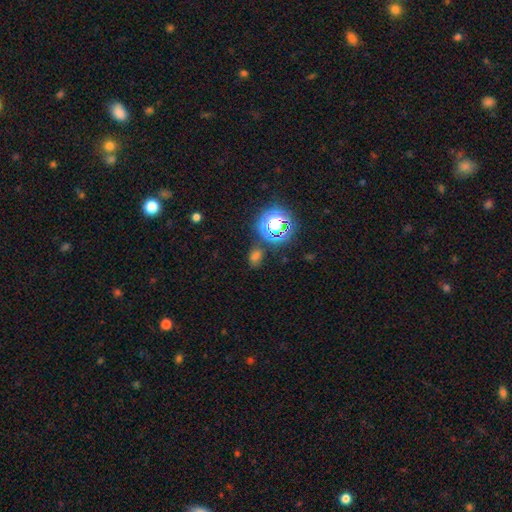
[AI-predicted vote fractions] This is possibly a smooth galaxy (55%). How rounded: possibly in between (52%). Merging: likely none (75%).